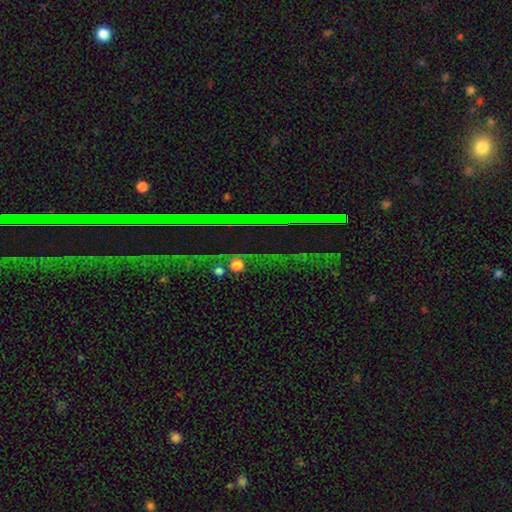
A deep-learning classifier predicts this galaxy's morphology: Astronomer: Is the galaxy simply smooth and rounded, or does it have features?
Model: star or artifact — 81%.